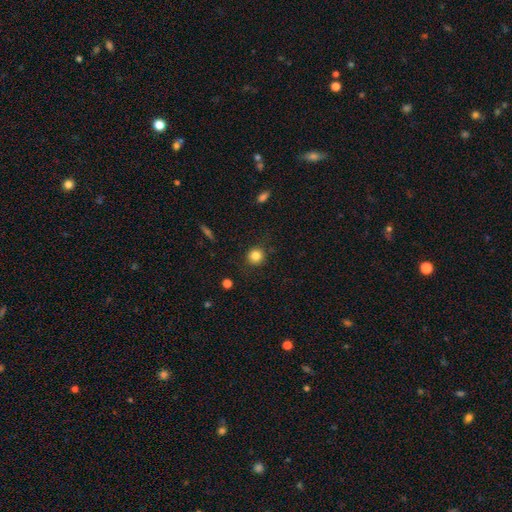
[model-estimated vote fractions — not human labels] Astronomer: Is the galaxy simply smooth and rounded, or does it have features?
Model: smooth — 83%.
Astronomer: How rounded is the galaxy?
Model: round — 92%.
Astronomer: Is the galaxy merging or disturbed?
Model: none — 85%.